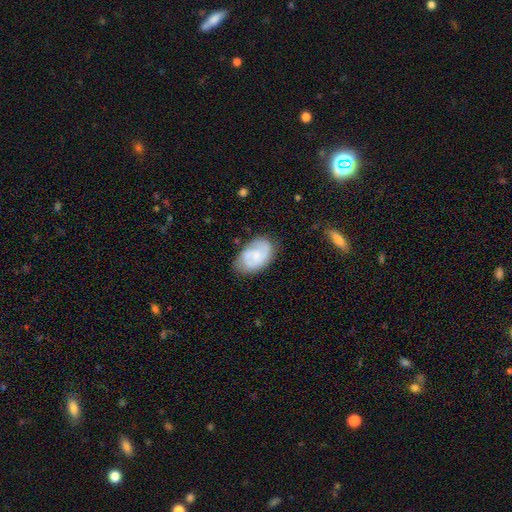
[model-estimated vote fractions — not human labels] Smooth or featured?
  - featured or disk: 62% *
  - smooth: 32%
  - star or artifact: 6%
Edge-on disk?
  - no: 97% *
  - yes: 3%
Bar?
  - no: 59% *
  - weak: 36%
  - strong: 6%
Spiral arms?
  - yes: 90% *
  - no: 10%
Spiral winding?
  - medium: 44% *
  - tight: 41%
  - loose: 15%
Spiral arm count?
  - 2: 67% *
  - can't tell: 17%
  - 3: 7%
  - 1: 6%
  - 4: 2%
  - more than 4: 2%
Bulge size?
  - small: 54% *
  - moderate: 23%
  - none: 19%
  - large: 3%
  - dominant: 1%
Merging?
  - none: 72% *
  - minor disturbance: 20%
  - major disturbance: 6%
  - merger: 2%